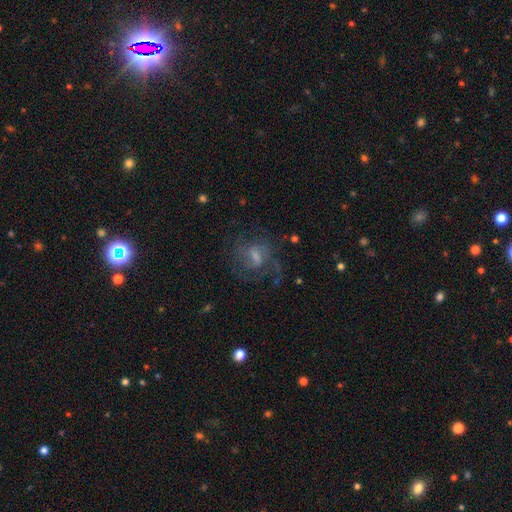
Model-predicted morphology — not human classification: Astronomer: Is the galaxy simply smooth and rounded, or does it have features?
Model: featured or disk — 66%.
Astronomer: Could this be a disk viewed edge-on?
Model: no — 96%.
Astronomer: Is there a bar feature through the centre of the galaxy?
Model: weak — 54% (runner-up: no, 30%).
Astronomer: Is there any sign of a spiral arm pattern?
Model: yes — 86%.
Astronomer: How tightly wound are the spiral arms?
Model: medium — 47% (runner-up: tight, 30%).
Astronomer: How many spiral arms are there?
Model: can't tell — 36% (runner-up: 2, 26%).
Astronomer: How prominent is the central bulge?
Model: moderate — 40% (runner-up: small, 33%).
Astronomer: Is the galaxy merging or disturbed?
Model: none — 59%.